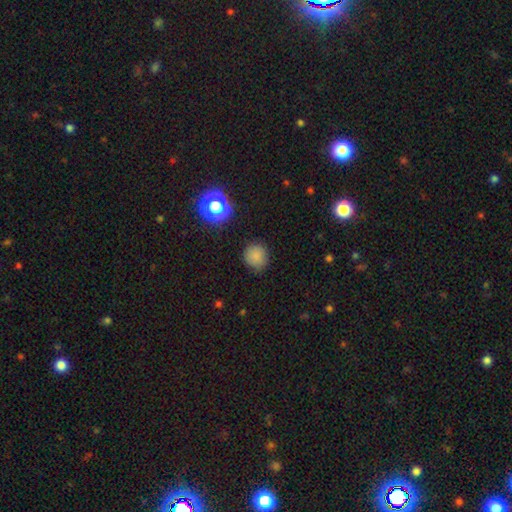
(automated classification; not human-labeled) Smooth or featured?
  - smooth: 80% *
  - star or artifact: 15%
  - featured or disk: 5%
How rounded?
  - round: 89% *
  - in between: 10%
  - cigar-shaped: 1%
Merging?
  - none: 83% *
  - minor disturbance: 13%
  - major disturbance: 3%
  - merger: 1%